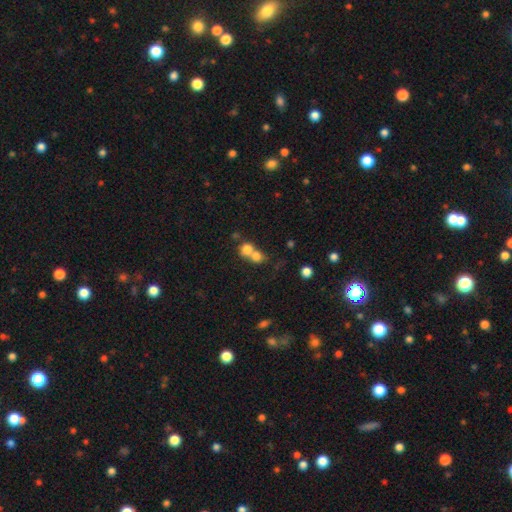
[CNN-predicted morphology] The model was most divided on "merging": merger: 64%, none: 28%, minor disturbance: 5%, major disturbance: 3%. More confident: how rounded — round (78%); smooth or featured — smooth (75%).